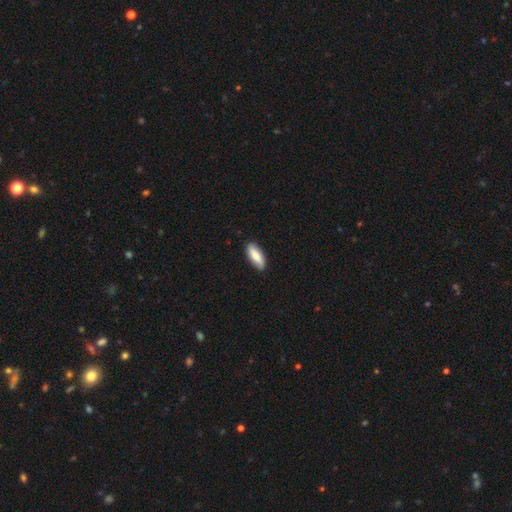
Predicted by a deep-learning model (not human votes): This appears to be a smooth galaxy with no disk features (73%) that is in between round and cigar-shaped (73%). Merging: none (87%).